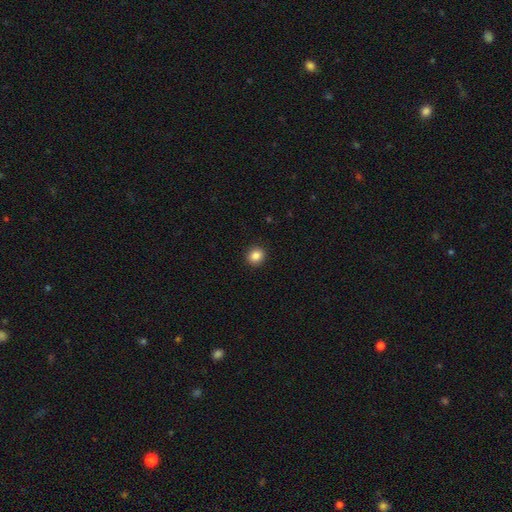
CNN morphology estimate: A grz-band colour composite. It shows a smooth galaxy with no disk features (86%) that is round (85%). Merging: none (92%).